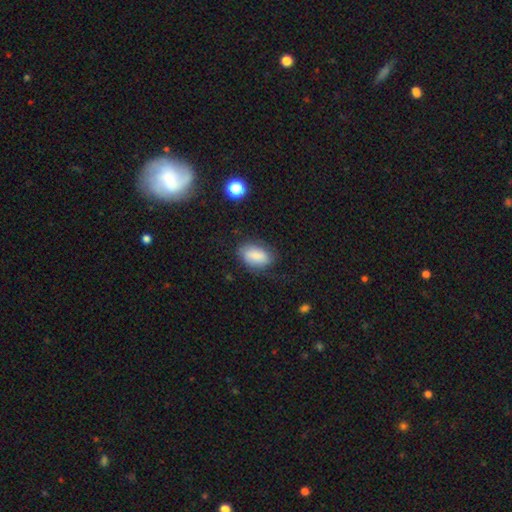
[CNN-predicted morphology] This appears to be a smooth galaxy with no disk features (79%) that is in between round and cigar-shaped (90%). Merging: none (68%).